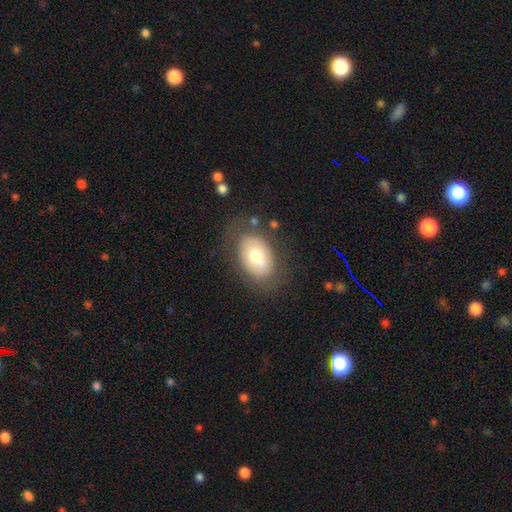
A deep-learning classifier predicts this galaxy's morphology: The model was most divided on "smooth or featured": smooth: 63%, featured or disk: 30%, star or artifact: 7%. More confident: how rounded — in between (85%); merging — none (71%).